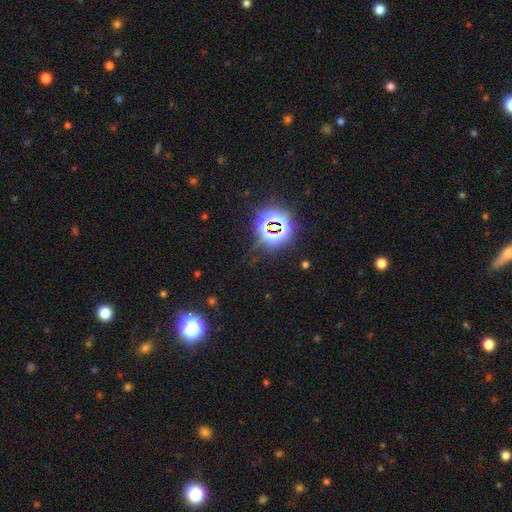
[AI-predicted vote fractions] Q: Smooth or featured?
A: star or artifact (77%); runner-up: smooth (15%)